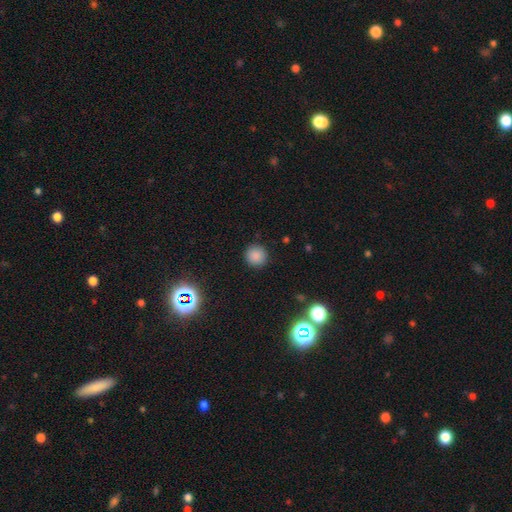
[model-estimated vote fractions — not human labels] Morphology: type=smooth (84%); roundness=round (94%); merging=none (90%).